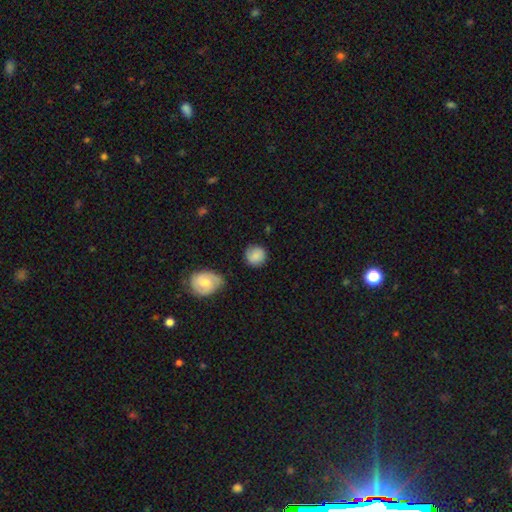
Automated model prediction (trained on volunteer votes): This appears to be a smooth galaxy with no disk features (79%) that is round (86%). Merging: none (74%).